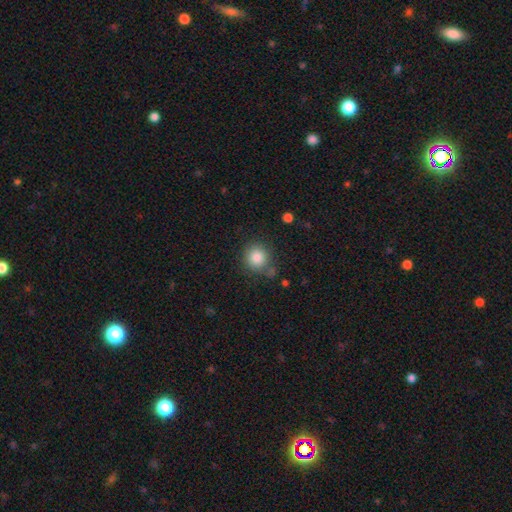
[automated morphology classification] Smooth or featured?
  - smooth: 84% *
  - star or artifact: 11%
  - featured or disk: 5%
How rounded?
  - round: 91% *
  - in between: 8%
  - cigar-shaped: 1%
Merging?
  - none: 78% *
  - minor disturbance: 12%
  - merger: 6%
  - major disturbance: 3%